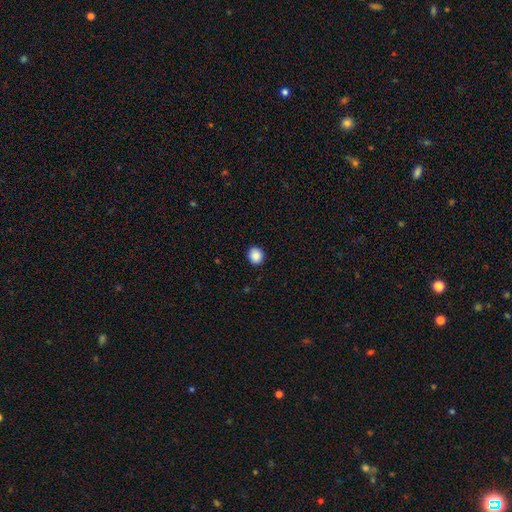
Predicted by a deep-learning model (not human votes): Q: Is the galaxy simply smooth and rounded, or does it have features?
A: smooth — 88%.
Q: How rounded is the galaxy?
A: round — 81%.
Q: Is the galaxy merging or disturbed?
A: none — 91%.